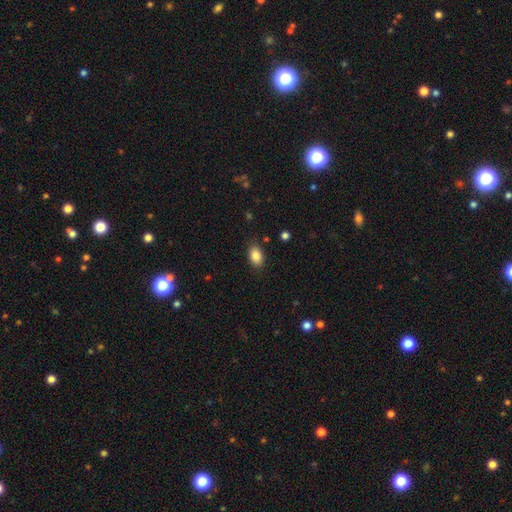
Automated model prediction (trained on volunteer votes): Smooth or featured?
  - smooth: 87% *
  - star or artifact: 8%
  - featured or disk: 5%
How rounded?
  - in between: 89% *
  - round: 9%
  - cigar-shaped: 2%
Merging?
  - none: 85% *
  - minor disturbance: 11%
  - major disturbance: 3%
  - merger: 1%